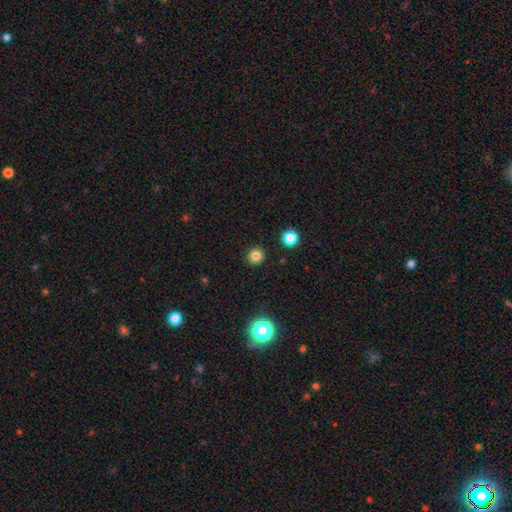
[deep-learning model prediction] smooth 81%, star or artifact 14%, featured or disk 5%. Down the decision tree: how rounded — round (93%); merging — none (92%).